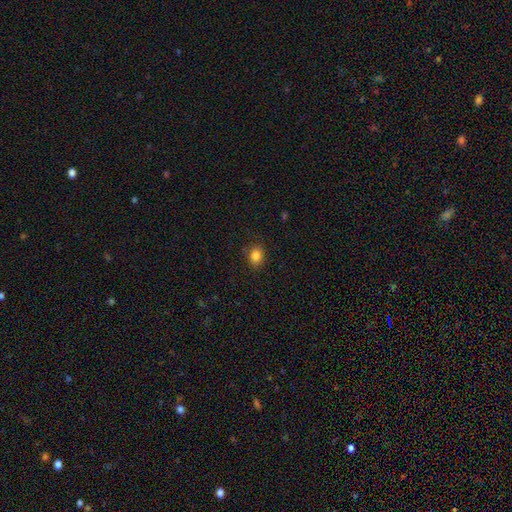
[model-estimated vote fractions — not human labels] Smooth or featured? Predicted: smooth (p=0.84). How rounded? Predicted: round (p=0.56). Merging? Predicted: none (p=0.87).